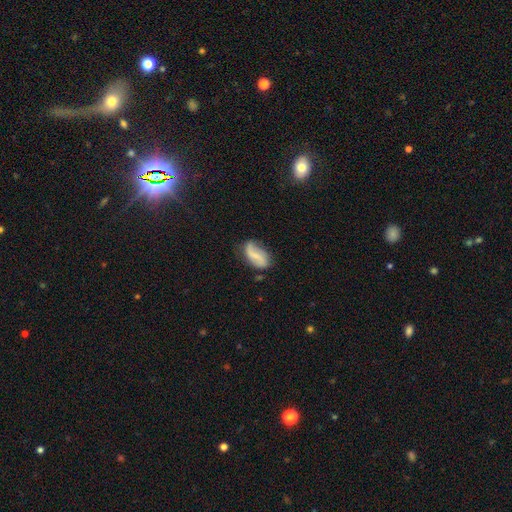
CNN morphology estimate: The model was most divided on "smooth or featured": featured or disk: 50%, smooth: 42%, star or artifact: 8%. More confident: merging — none (57%).